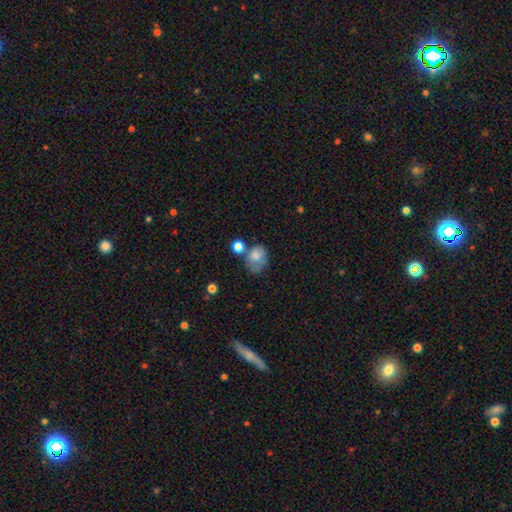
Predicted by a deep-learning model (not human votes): A smooth galaxy with no disk features (73%) that is in between round and cigar-shaped (60%). Merging: none (35%).